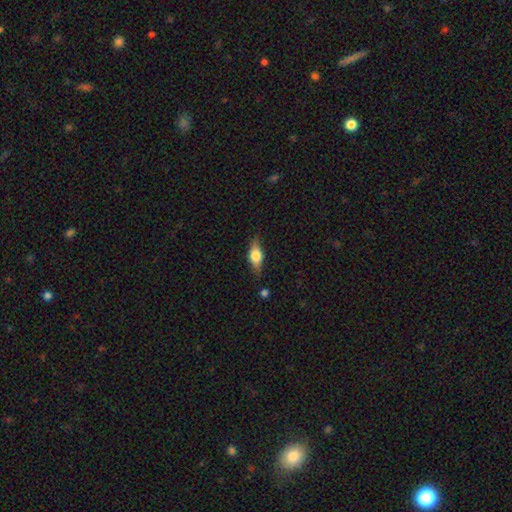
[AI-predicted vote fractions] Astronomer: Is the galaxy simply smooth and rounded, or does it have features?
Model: smooth — 52% (runner-up: featured or disk, 40%).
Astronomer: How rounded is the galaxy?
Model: in between — 71%.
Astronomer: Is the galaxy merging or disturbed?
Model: none — 78%.